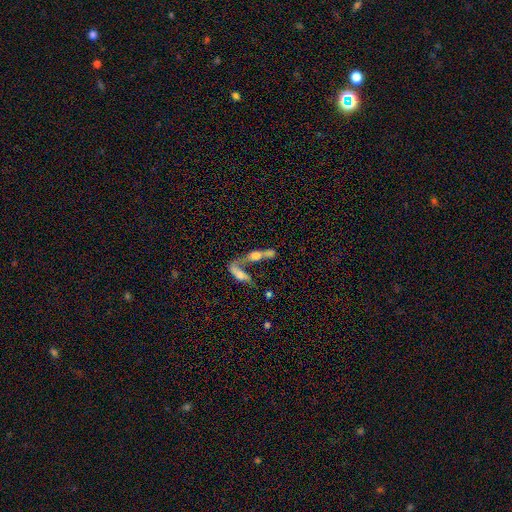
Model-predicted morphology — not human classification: smooth-or-featured: smooth: 45% | featured or disk: 43% | star or artifact: 13%
  merging: merger: 73% | none: 12% | major disturbance: 9% | minor disturbance: 5%